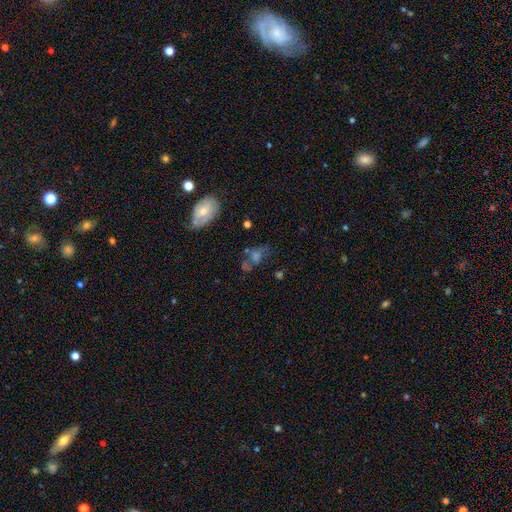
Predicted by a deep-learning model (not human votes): Morphology: type=featured or disk (43%); merging=none (51%).